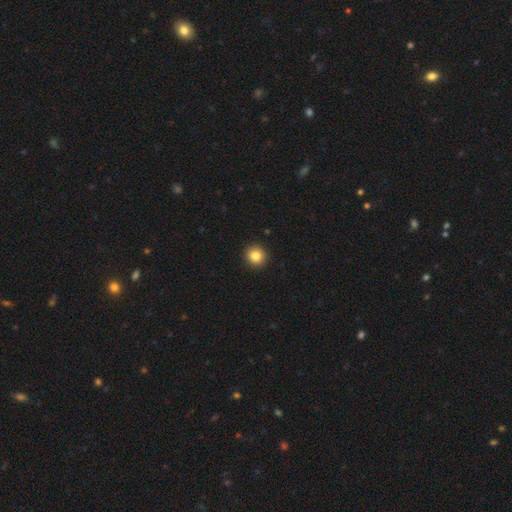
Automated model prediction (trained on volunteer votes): smooth_or_featured: smooth (p=0.84) [alt: star or artifact p=0.10]
how_rounded: round (p=0.91) [alt: in between p=0.08]
merging: none (p=0.93) [alt: minor disturbance p=0.04]